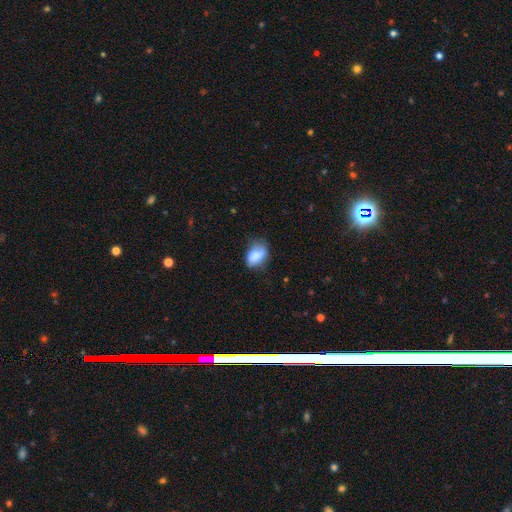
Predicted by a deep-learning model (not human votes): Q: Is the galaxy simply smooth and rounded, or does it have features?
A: smooth — 80%.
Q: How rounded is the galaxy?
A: in between — 82%.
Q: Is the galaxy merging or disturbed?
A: none — 51%.